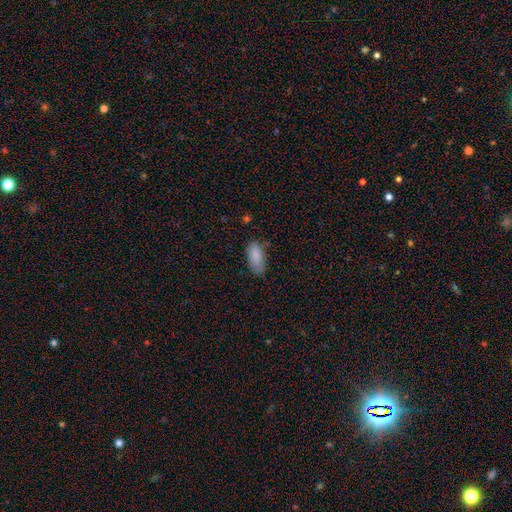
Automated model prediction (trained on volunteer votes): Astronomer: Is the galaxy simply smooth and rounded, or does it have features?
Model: smooth — 86%.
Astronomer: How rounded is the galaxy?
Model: in between — 87%.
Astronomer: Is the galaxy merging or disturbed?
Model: none — 66%.